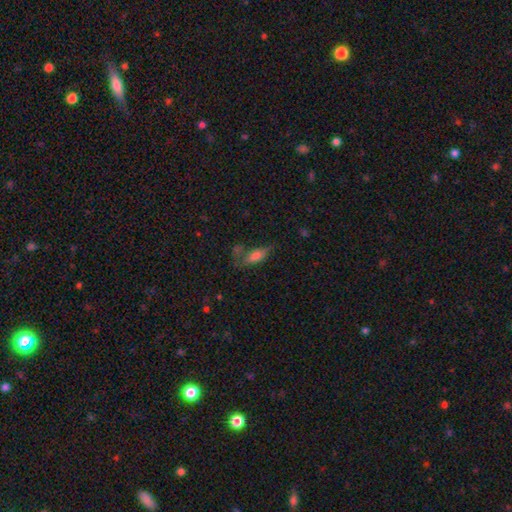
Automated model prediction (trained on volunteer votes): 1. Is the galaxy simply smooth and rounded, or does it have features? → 62% smooth, 25% featured or disk, 12% star or artifact.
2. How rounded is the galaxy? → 69% in between, 27% cigar-shaped, 4% round.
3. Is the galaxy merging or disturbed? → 40% none, 25% minor disturbance, 21% major disturbance, 15% merger.